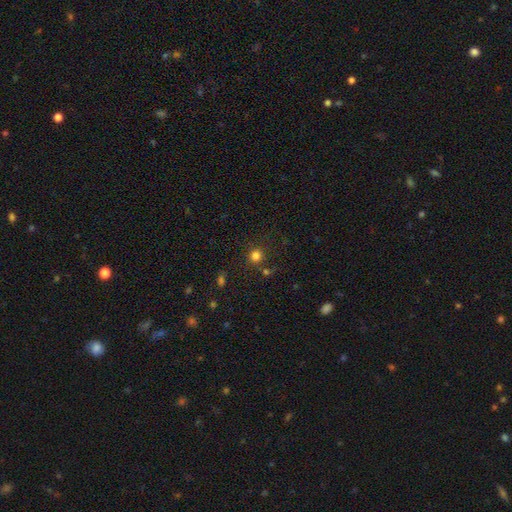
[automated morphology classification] Overall: smooth (79%). How rounded: round (91%). Merging: none (81%).